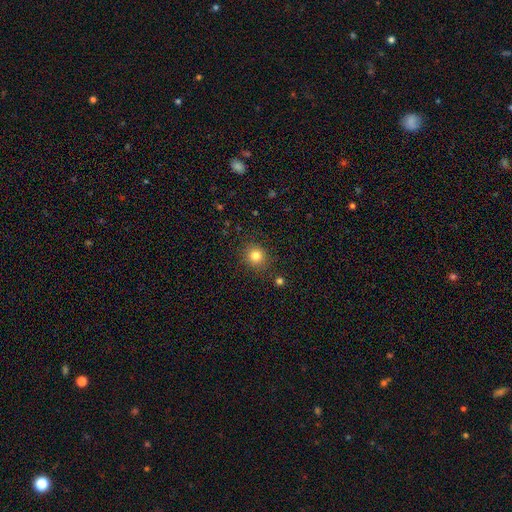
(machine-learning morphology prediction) This appears to be a smooth galaxy with no disk features (81%) that is round (87%). Merging: none (88%).